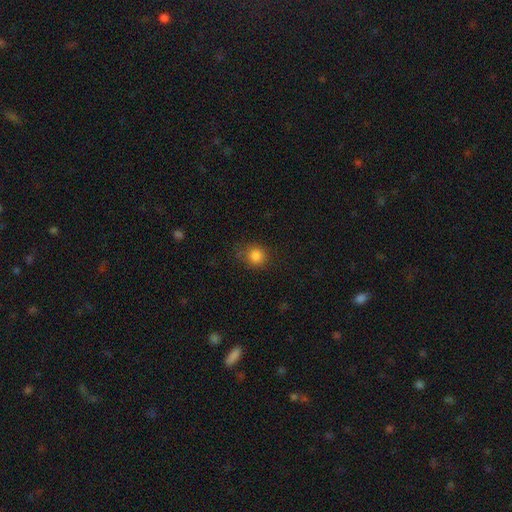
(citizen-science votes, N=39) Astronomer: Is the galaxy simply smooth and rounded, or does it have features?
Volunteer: smooth — 87%.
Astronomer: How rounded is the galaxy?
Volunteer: round — 97%.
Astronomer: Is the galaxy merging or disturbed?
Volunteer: none — 81%.